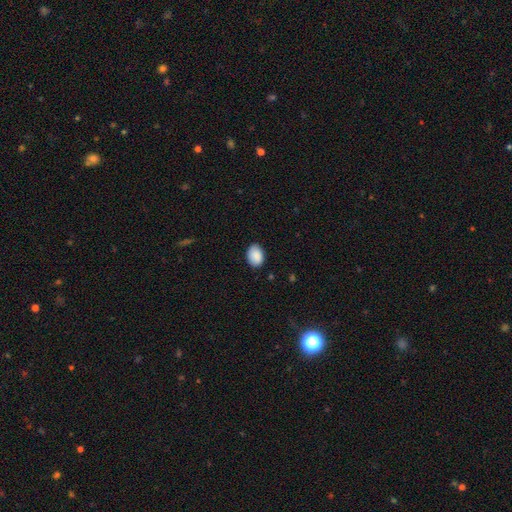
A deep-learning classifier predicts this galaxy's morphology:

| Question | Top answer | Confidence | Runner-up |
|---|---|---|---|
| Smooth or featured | smooth | 90% | star or artifact (7%) |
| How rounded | in between | 78% | round (21%) |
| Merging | none | 85% | minor disturbance (12%) |